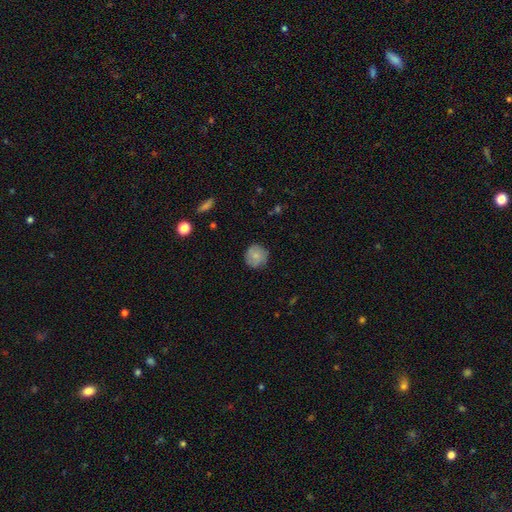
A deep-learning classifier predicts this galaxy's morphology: Overall: smooth (76%). How rounded: round (93%). Merging: none (83%).